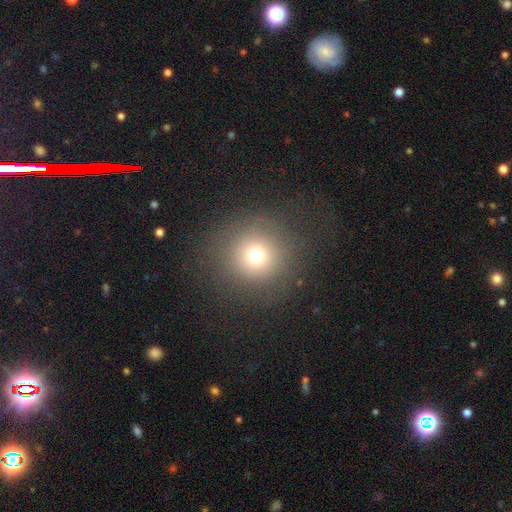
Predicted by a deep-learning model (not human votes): Smooth or featured? Predicted: smooth (p=0.71). How rounded? Predicted: round (p=0.95). Merging? Predicted: none (p=0.85).